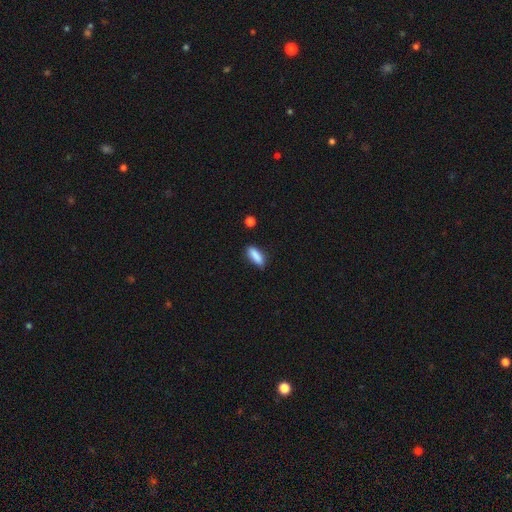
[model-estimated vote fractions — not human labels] smooth 88%, star or artifact 7%, featured or disk 5%. Down the decision tree: how rounded — in between (66%); merging — none (81%).